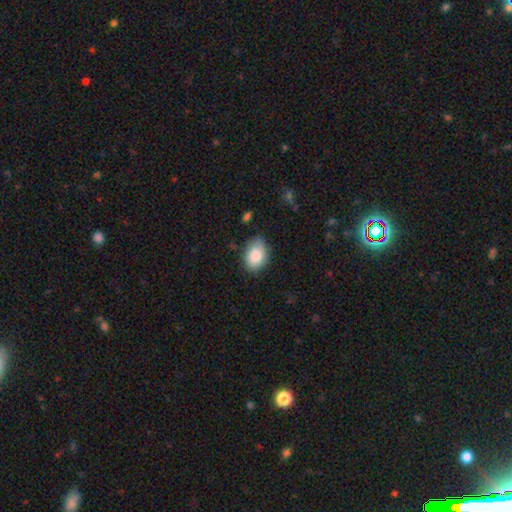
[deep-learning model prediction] Smooth or featured: smooth — 86% (featured or disk — 7%)
How rounded: in between — 86% (round — 13%)
Merging: none — 74% (minor disturbance — 20%)